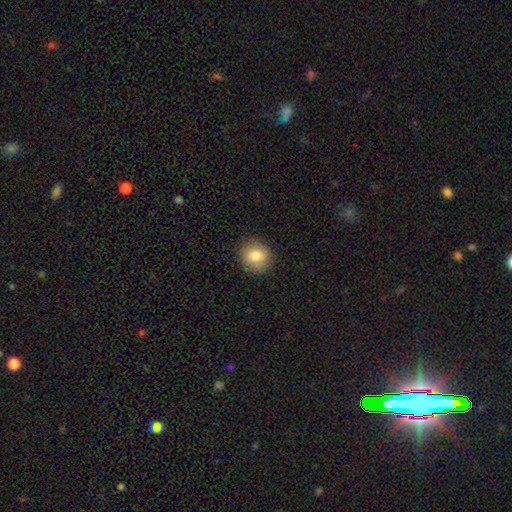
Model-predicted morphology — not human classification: This appears to be a smooth galaxy with no disk features (81%) that is round (85%). Merging: none (87%).